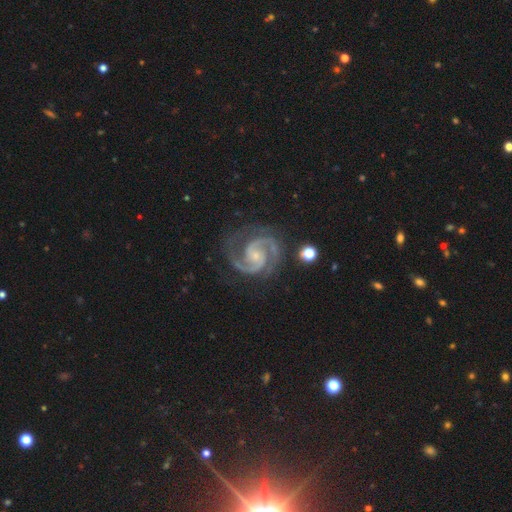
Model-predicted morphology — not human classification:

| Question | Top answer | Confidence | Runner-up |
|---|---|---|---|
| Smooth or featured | featured or disk | 94% | star or artifact (4%) |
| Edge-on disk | no | 98% | yes (2%) |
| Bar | no | 59% | weak (31%) |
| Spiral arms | yes | 99% | no (1%) |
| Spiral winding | medium | 56% | tight (38%) |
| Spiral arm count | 2 | 92% | 3 (3%) |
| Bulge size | small | 71% | moderate (19%) |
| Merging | none | 77% | minor disturbance (15%) |